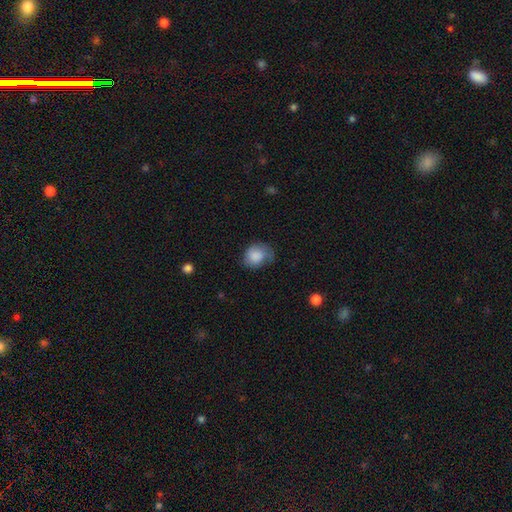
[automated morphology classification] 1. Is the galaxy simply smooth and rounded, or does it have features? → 82% smooth, 11% featured or disk, 7% star or artifact.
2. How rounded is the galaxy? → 58% round, 42% in between, 1% cigar-shaped.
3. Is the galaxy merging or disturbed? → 49% none, 35% minor disturbance, 14% major disturbance, 2% merger.